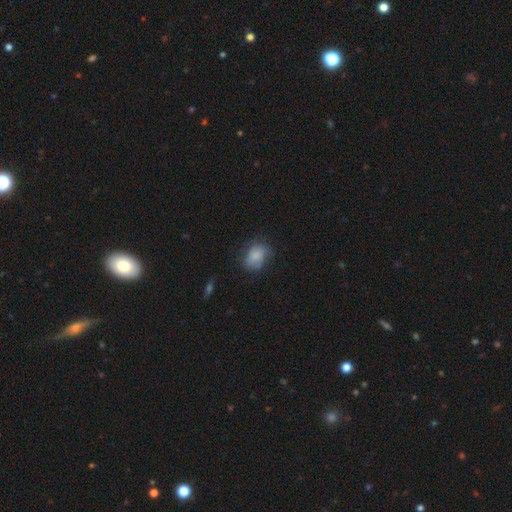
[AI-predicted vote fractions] The model was most divided on "merging": none: 57%, minor disturbance: 28%, major disturbance: 12%, merger: 2%. More confident: smooth or featured — smooth (80%); how rounded — in between (67%).